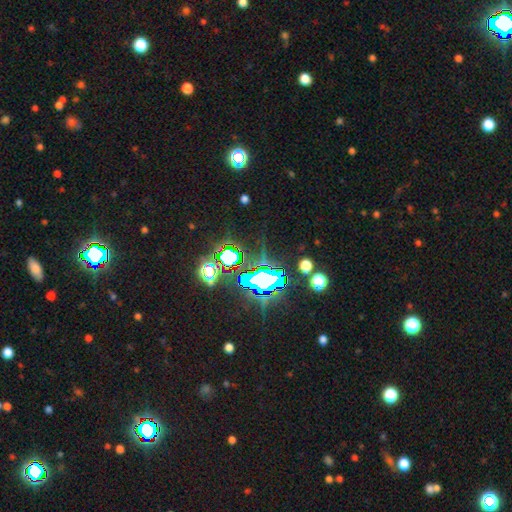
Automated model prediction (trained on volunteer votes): Overall: star or artifact (82%).